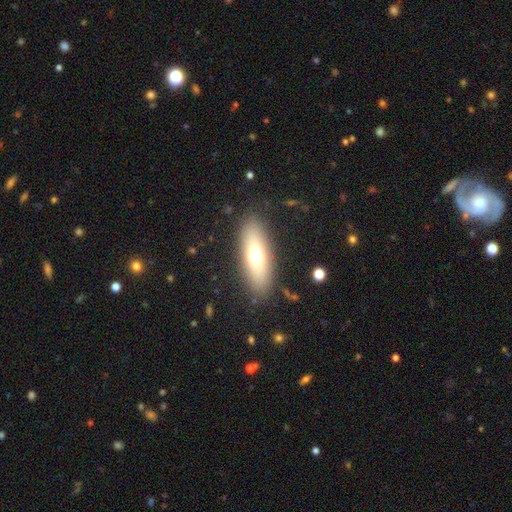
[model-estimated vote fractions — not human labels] The model was most divided on "smooth or featured": smooth: 61%, featured or disk: 27%, star or artifact: 11%. More confident: merging — none (85%); how rounded — in between (67%).